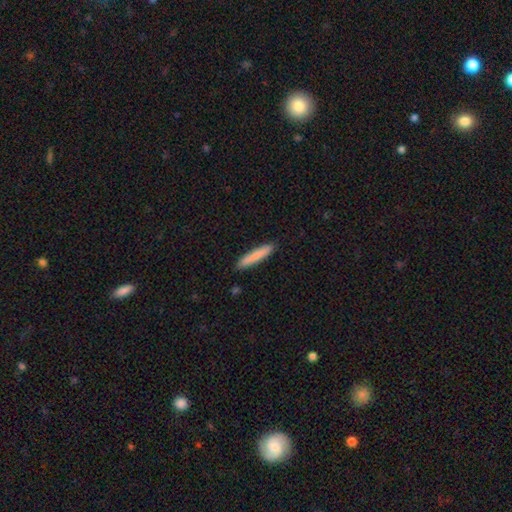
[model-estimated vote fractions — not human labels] Smooth or featured? smooth (82%)
How rounded? cigar-shaped (93%)
Merging? none (90%)